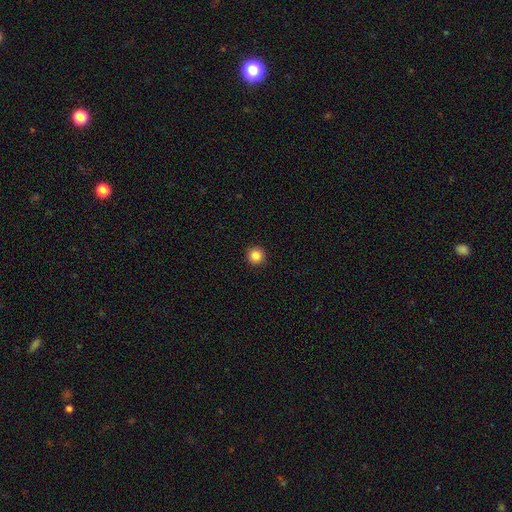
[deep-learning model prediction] Smooth or featured? Predicted: smooth (p=0.86). How rounded? Predicted: round (p=0.96). Merging? Predicted: none (p=0.93).